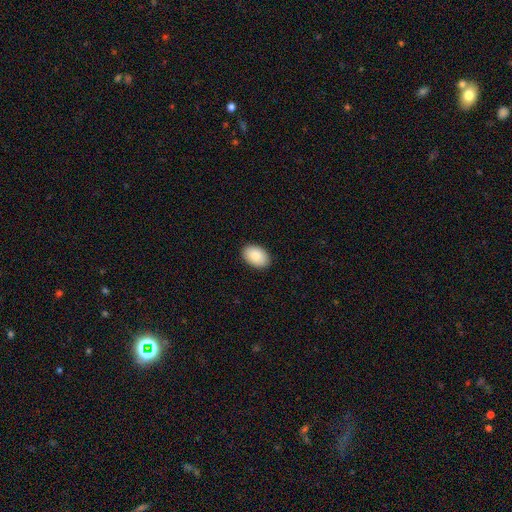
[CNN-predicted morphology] This is clearly a smooth galaxy (85%). How rounded: clearly in between (89%). Merging: clearly none (90%).